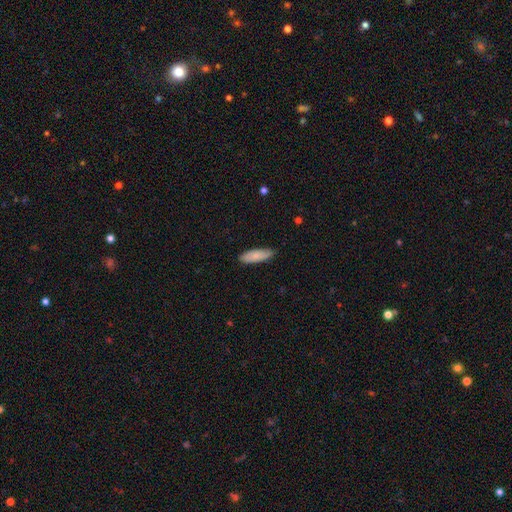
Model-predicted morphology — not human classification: type=smooth (82%); roundness=in between (54%); merging=none (82%).